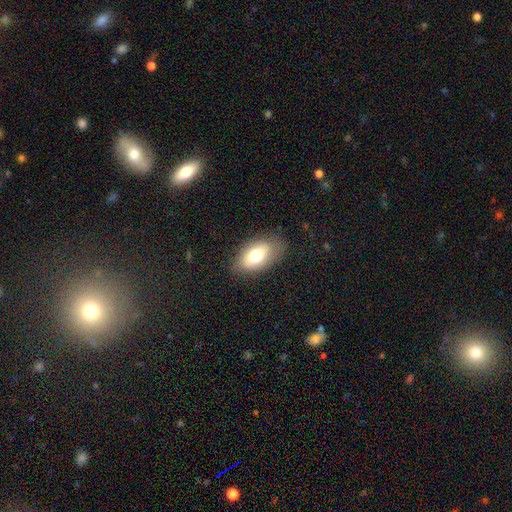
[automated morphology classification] smooth 72%, featured or disk 21%, star or artifact 7%. Down the decision tree: how rounded — in between (92%); merging — none (78%).